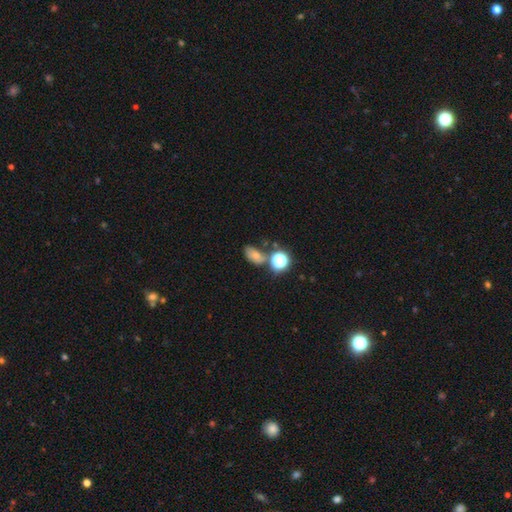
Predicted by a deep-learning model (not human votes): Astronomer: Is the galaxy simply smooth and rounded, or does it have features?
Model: smooth — 64%.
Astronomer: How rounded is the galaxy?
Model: in between — 80%.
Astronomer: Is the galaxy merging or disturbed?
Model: none — 49%.